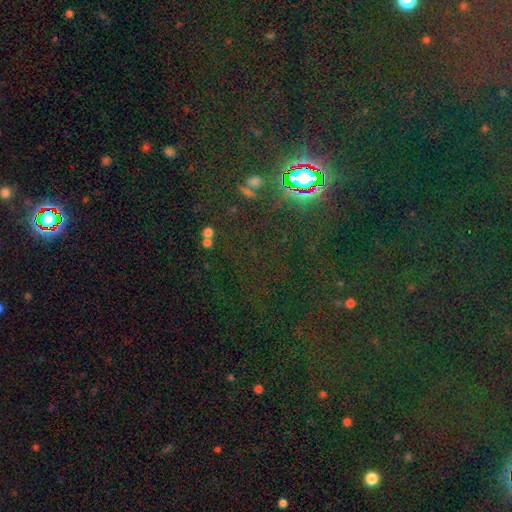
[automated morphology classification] smooth-or-featured: star or artifact: 81% | smooth: 12% | featured or disk: 7%